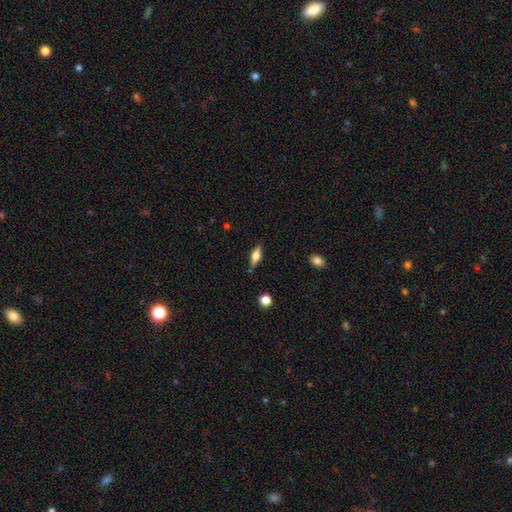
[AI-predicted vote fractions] Smooth or featured? Predicted: smooth (p=0.47). Merging? Predicted: none (p=0.81).